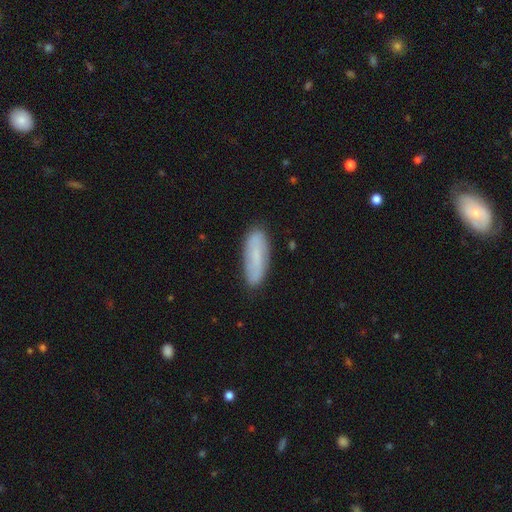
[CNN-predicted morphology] Smooth or featured: smooth — 61% (featured or disk — 32%)
How rounded: in between — 56% (cigar-shaped — 42%)
Merging: none — 84% (minor disturbance — 12%)